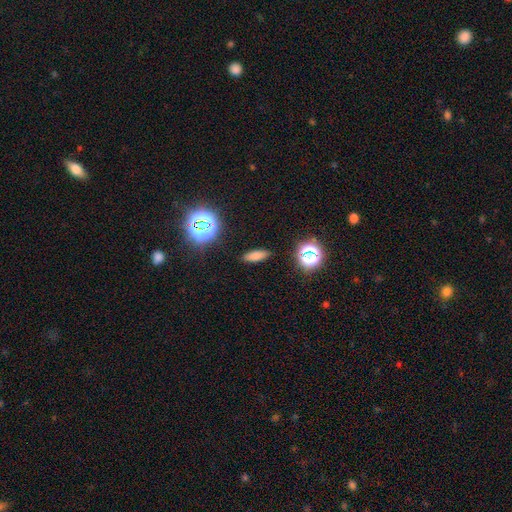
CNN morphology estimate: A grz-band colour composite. It shows a smooth galaxy with no disk features (72%) that is in between round and cigar-shaped (63%). Merging: none (89%).